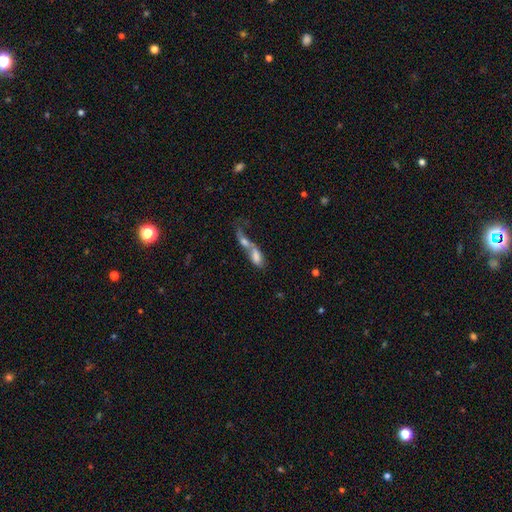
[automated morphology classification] smooth-or-featured: smooth: 64% | featured or disk: 26% | star or artifact: 10%
  how-rounded: in between: 72% | cigar-shaped: 22% | round: 6%
  merging: merger: 77% | none: 9% | major disturbance: 9% | minor disturbance: 5%